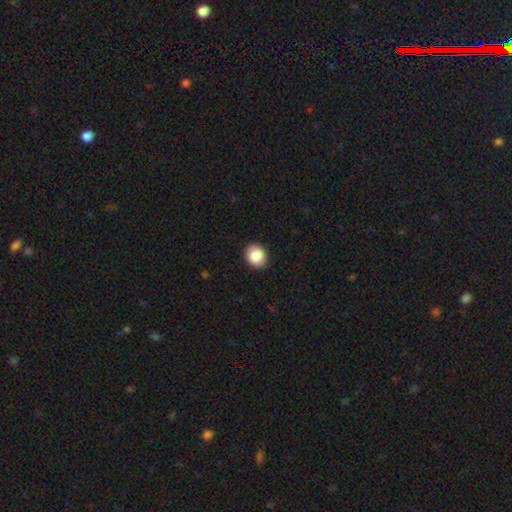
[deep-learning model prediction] A smooth galaxy with no disk features (87%) that is round (60%).

Vote fractions:
- Smooth or featured? smooth: 87% / star or artifact: 8% / featured or disk: 5%
- How rounded? round: 60% / in between: 39% / cigar-shaped: 1%
- Merging? none: 91% / minor disturbance: 7% / major disturbance: 2% / merger: 1%